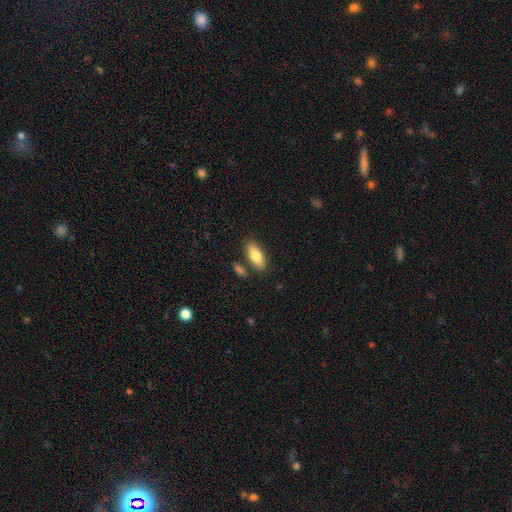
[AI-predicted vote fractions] This is clearly a smooth galaxy (83%). How rounded: clearly in between (84%). Merging: likely none (77%).